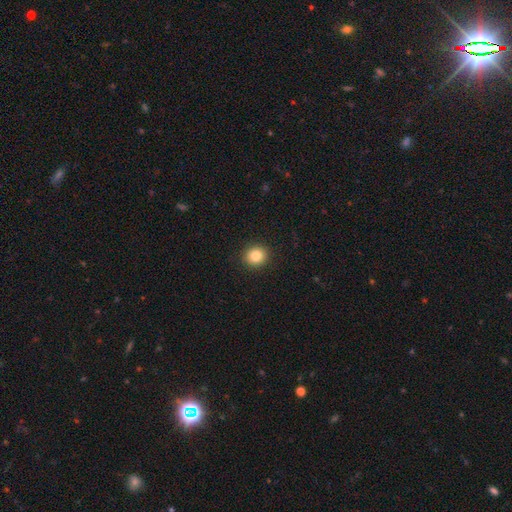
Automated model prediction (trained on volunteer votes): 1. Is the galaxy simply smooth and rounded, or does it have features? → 84% smooth, 10% star or artifact, 6% featured or disk.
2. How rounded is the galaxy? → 84% round, 15% in between, 1% cigar-shaped.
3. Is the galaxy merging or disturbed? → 92% none, 5% minor disturbance, 2% major disturbance, 1% merger.